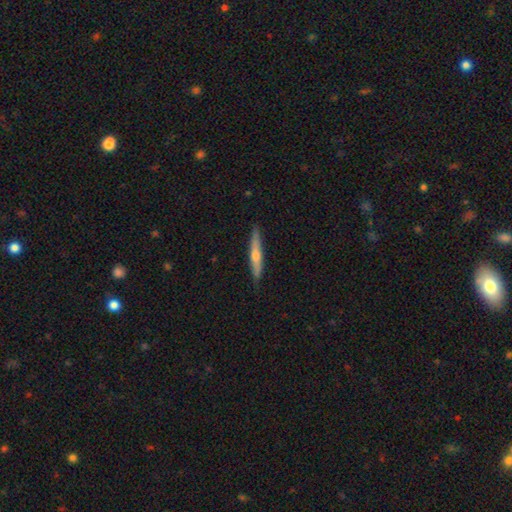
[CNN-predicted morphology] A featured or disk galaxy (49%).

Vote fractions:
- Smooth or featured? featured or disk: 49% / smooth: 46% / star or artifact: 6%
- Merging? none: 87% / minor disturbance: 10% / major disturbance: 2% / merger: 1%